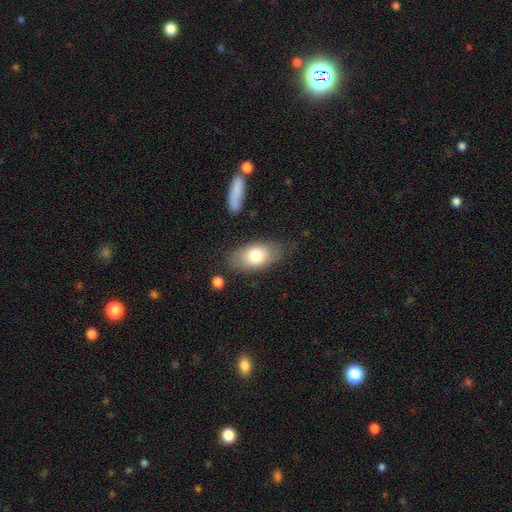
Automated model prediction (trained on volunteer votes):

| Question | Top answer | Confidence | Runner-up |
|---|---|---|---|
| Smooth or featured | smooth | 77% | featured or disk (17%) |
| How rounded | in between | 90% | round (6%) |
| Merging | none | 77% | minor disturbance (15%) |